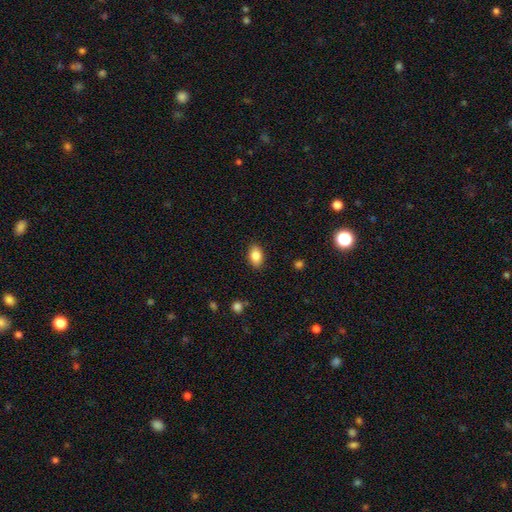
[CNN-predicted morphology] Smooth or featured? Predicted: smooth (p=0.85). How rounded? Predicted: in between (p=0.87). Merging? Predicted: none (p=0.87).